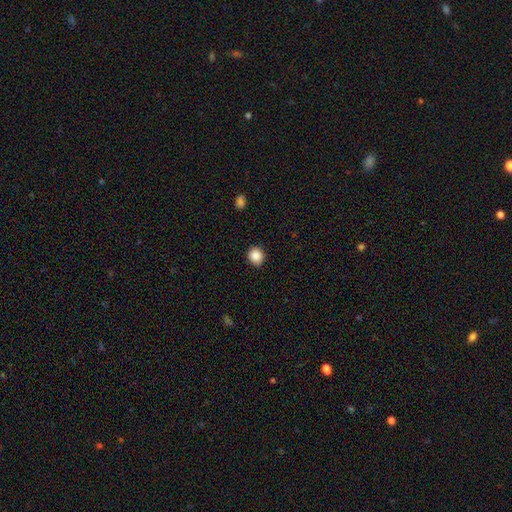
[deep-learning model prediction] This appears to be a smooth galaxy with no disk features (88%) that is round (84%). Merging: none (90%).